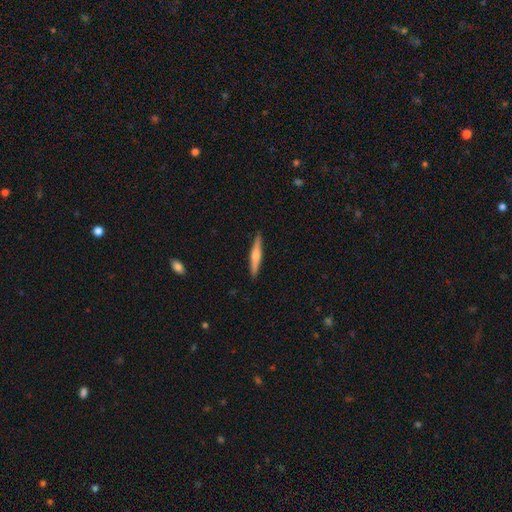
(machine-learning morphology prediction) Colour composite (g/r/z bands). It shows a smooth galaxy with no disk features (49%). Merging: none (91%).